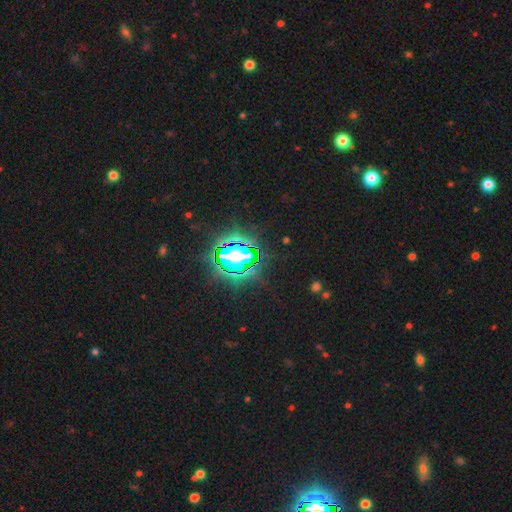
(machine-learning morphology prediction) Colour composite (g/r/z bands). It shows a star or artifact, not a galaxy (84%).